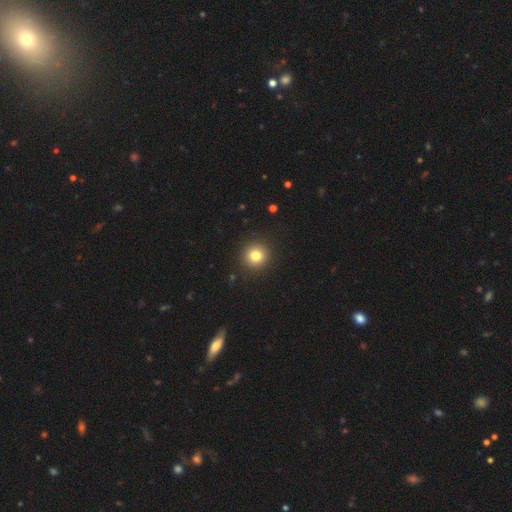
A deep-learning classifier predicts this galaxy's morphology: A smooth galaxy with no disk features (81%) that is round (94%). Merging: none (92%).